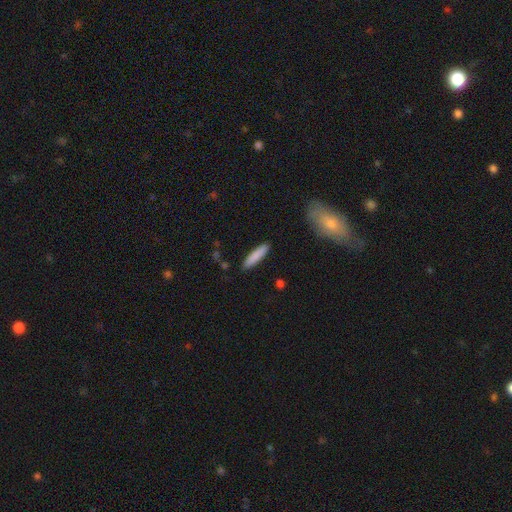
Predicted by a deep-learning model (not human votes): Smooth or featured? Predicted: smooth (p=0.85). How rounded? Predicted: cigar-shaped (p=0.83). Merging? Predicted: none (p=0.89).